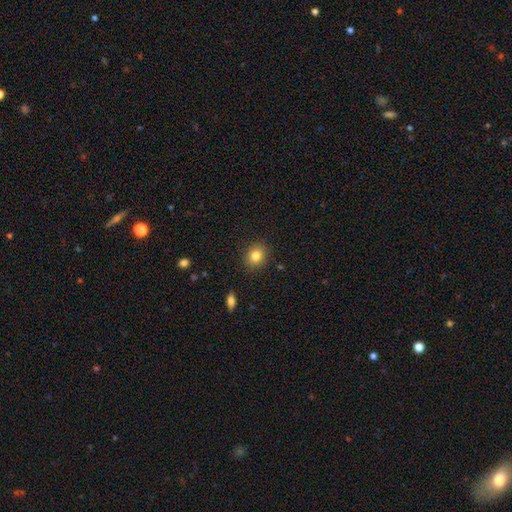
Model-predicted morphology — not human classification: Q: Smooth or featured?
A: smooth (82%); runner-up: star or artifact (11%)
Q: How rounded?
A: round (69%); runner-up: in between (30%)
Q: Merging?
A: none (88%); runner-up: minor disturbance (8%)